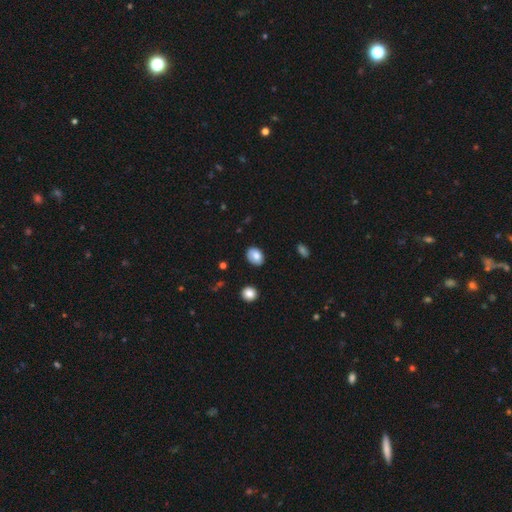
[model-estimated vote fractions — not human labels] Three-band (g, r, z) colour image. It shows a smooth galaxy with no disk features (79%) that is in between round and cigar-shaped (69%). Merging: none (79%).